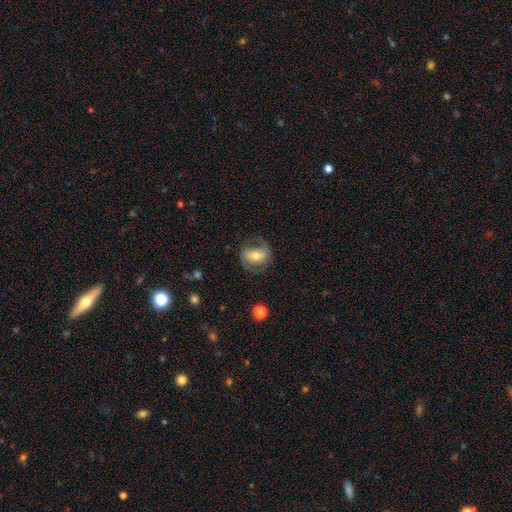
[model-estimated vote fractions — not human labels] featured or disk 65%, smooth 28%, star or artifact 7%. Down the decision tree: edge-on disk — no (96%); bar — weak (39%); spiral arms — yes (86%); spiral arm count — 2 (79%); spiral winding — medium (47%); bulge size — moderate (59%); merging — none (62%).